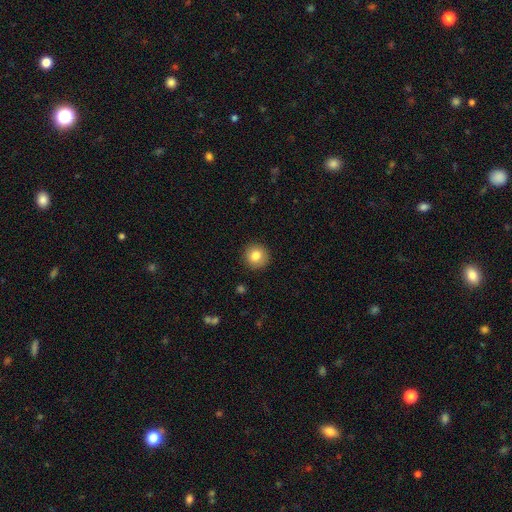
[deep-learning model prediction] Overall: smooth (83%). How rounded: round (94%). Merging: none (92%).